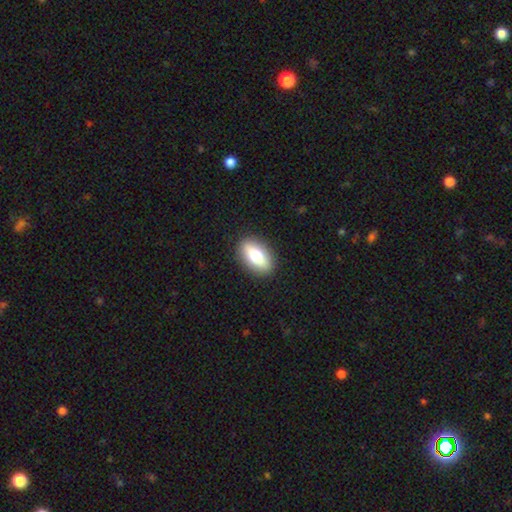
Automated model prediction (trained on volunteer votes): smooth 70%, featured or disk 22%, star or artifact 7%. Down the decision tree: how rounded — in between (85%); merging — none (89%).